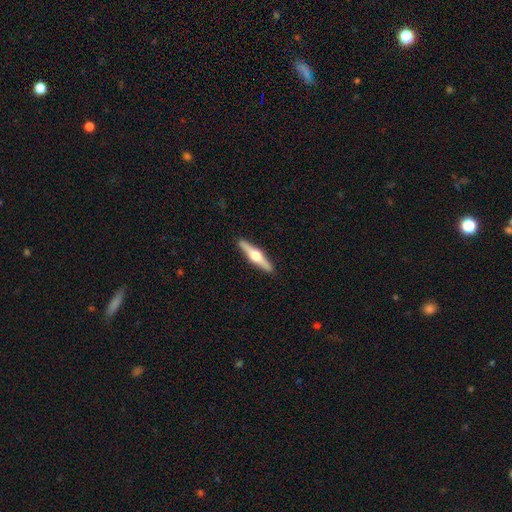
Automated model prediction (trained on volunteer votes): A featured or disk galaxy (69%) viewed edge-on (98%) with a rounded central bulge (95%).

Vote fractions:
- Smooth or featured? featured or disk: 69% / smooth: 26% / star or artifact: 5%
- Edge-on disk? yes: 98% / no: 2%
- Edge-on bulge? rounded: 95% / boxy: 4% / none: 2%
- Merging? none: 92% / minor disturbance: 6% / major disturbance: 1% / merger: 1%